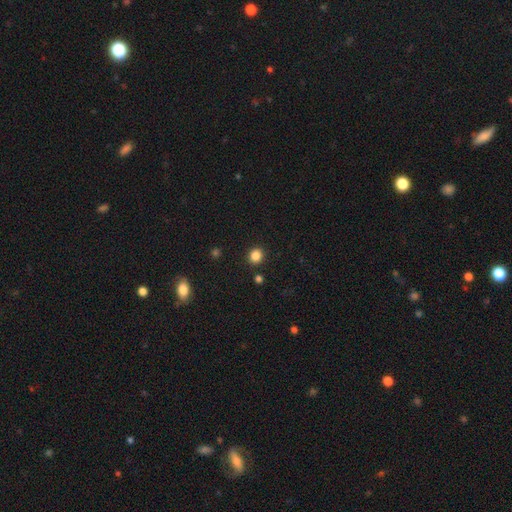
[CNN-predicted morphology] Q: Smooth or featured?
A: smooth (84%); runner-up: star or artifact (12%)
Q: How rounded?
A: round (81%); runner-up: in between (18%)
Q: Merging?
A: none (89%); runner-up: minor disturbance (6%)